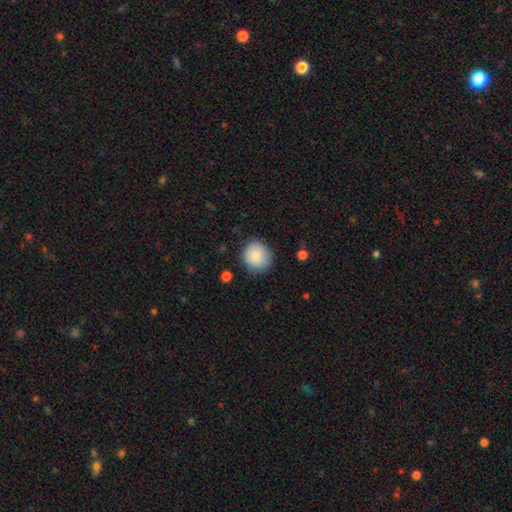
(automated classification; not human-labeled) A smooth galaxy with no disk features (85%) that is round (89%). Merging: none (83%).